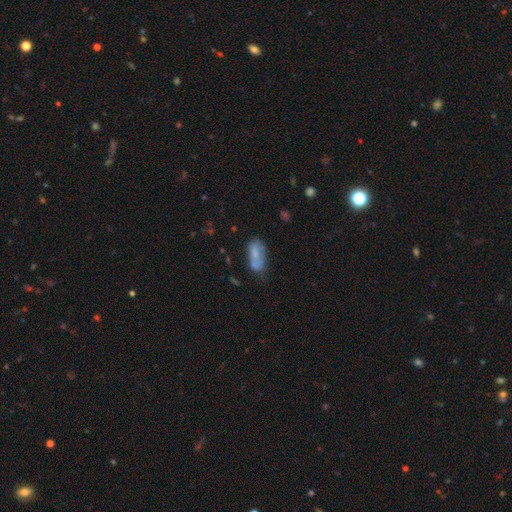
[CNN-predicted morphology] smooth-or-featured: smooth: 62% | featured or disk: 29% | star or artifact: 9%
  how-rounded: in between: 86% | cigar-shaped: 10% | round: 4%
  merging: none: 44% | minor disturbance: 23% | merger: 22% | major disturbance: 11%